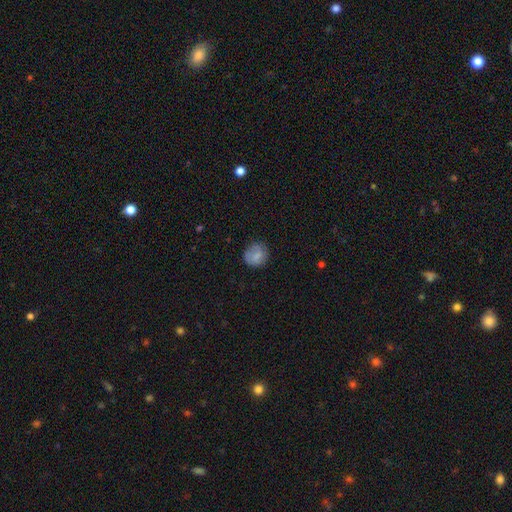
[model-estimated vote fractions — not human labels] Smooth or featured? Predicted: smooth (p=0.78). How rounded? Predicted: round (p=0.85). Merging? Predicted: none (p=0.73).